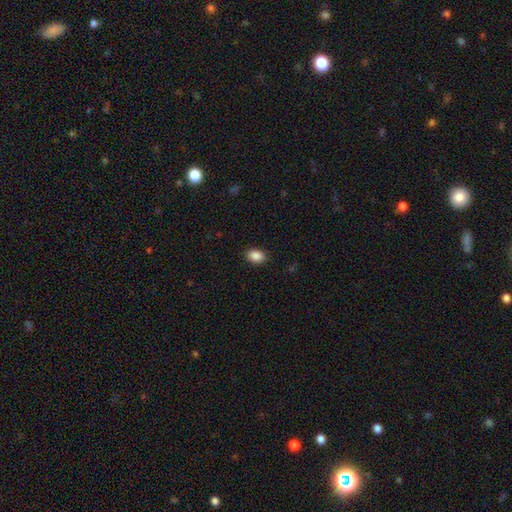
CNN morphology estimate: The model was most divided on "how rounded": in between: 82%, round: 16%, cigar-shaped: 1%. More confident: merging — none (89%); smooth or featured — smooth (89%).